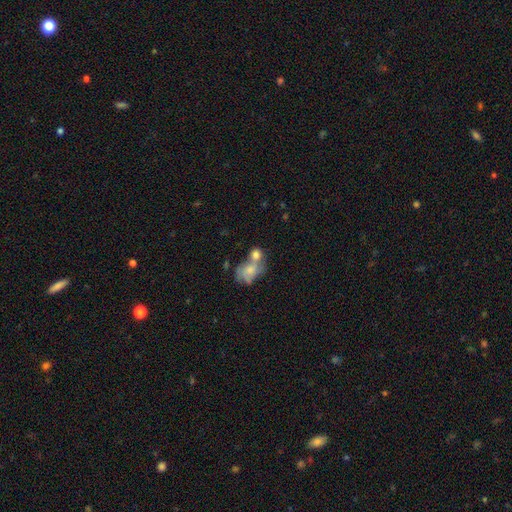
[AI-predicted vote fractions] smooth-or-featured: smooth: 61% | featured or disk: 30% | star or artifact: 9%
  how-rounded: in between: 55% | round: 43% | cigar-shaped: 2%
  merging: merger: 56% | none: 24% | minor disturbance: 11% | major disturbance: 8%